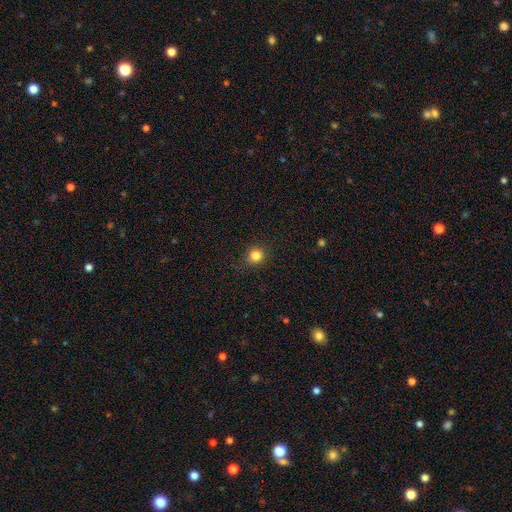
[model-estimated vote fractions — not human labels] Q: Smooth or featured?
A: smooth (84%); runner-up: star or artifact (12%)
Q: How rounded?
A: round (89%); runner-up: in between (10%)
Q: Merging?
A: none (88%); runner-up: minor disturbance (8%)